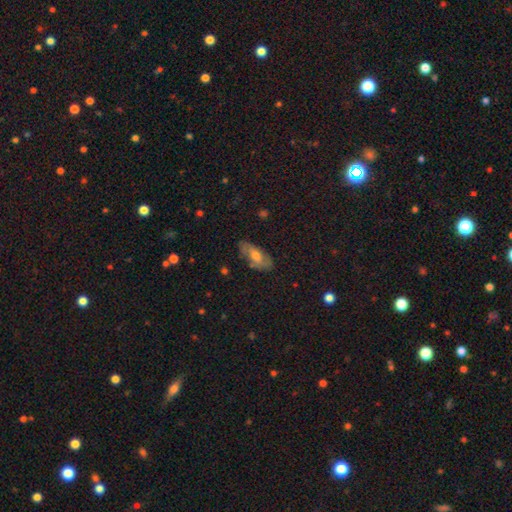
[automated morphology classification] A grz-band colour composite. It shows a smooth galaxy with no disk features (57%) that is in between round and cigar-shaped (82%). Merging: none (75%).